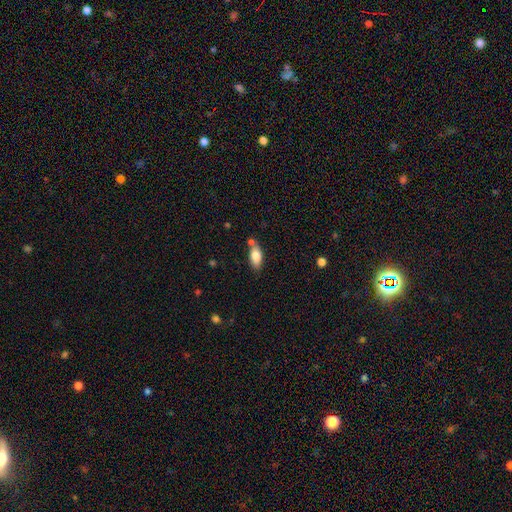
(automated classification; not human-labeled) smooth-or-featured: smooth: 81% | featured or disk: 12% | star or artifact: 7%
  how-rounded: in between: 85% | cigar-shaped: 12% | round: 3%
  merging: none: 65% | minor disturbance: 17% | merger: 14% | major disturbance: 4%